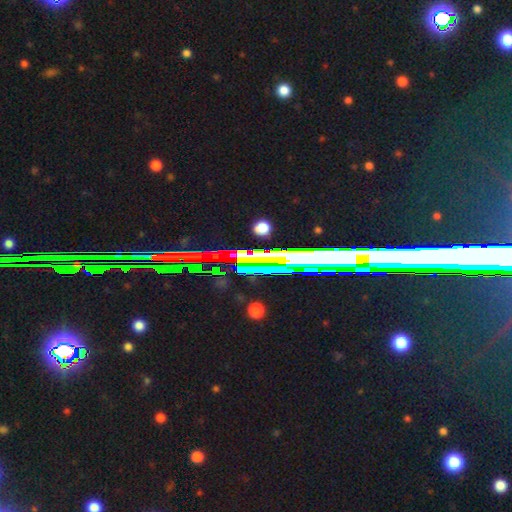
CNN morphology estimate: Smooth or featured? Predicted: star or artifact (p=0.74).